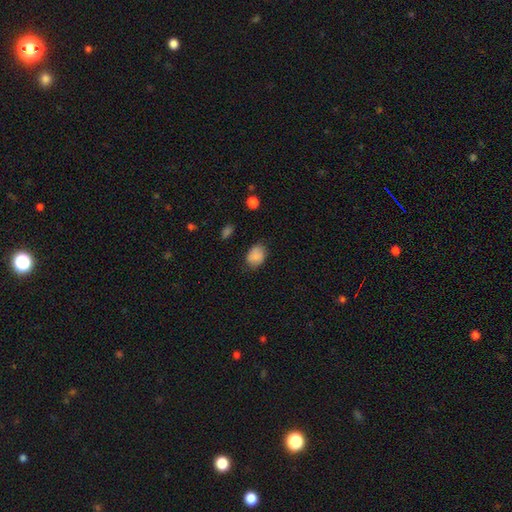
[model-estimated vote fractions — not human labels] Smooth or featured? Predicted: smooth (p=0.85). How rounded? Predicted: in between (p=0.69). Merging? Predicted: none (p=0.72).